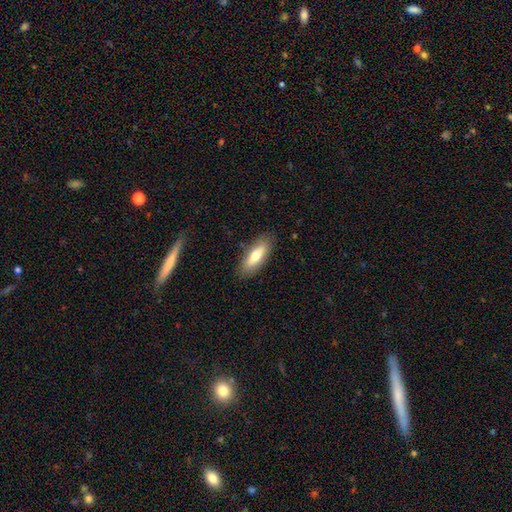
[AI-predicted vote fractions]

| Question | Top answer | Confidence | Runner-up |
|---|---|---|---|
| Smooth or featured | smooth | 66% | featured or disk (28%) |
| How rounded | in between | 64% | cigar-shaped (34%) |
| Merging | none | 86% | minor disturbance (11%) |